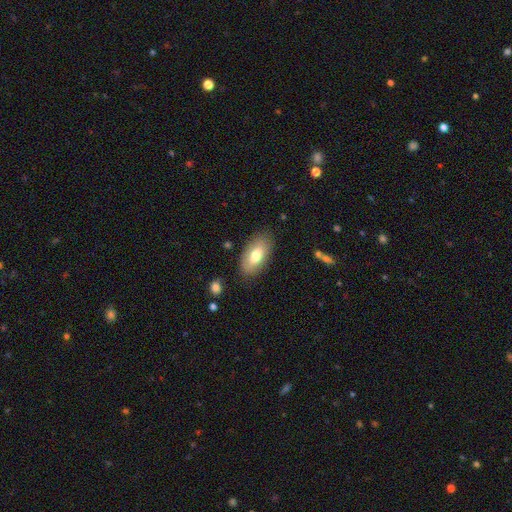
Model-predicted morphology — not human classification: A smooth galaxy with no disk features (73%) that is in between round and cigar-shaped (91%). Merging: none (82%).